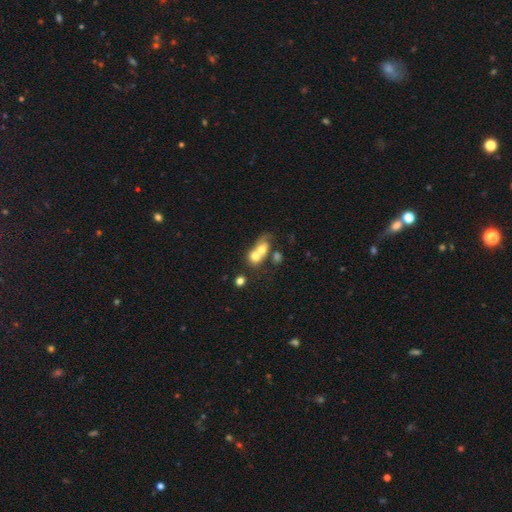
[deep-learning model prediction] Smooth or featured?
  - smooth: 61% *
  - featured or disk: 28%
  - star or artifact: 11%
How rounded?
  - round: 51% *
  - in between: 46%
  - cigar-shaped: 3%
Merging?
  - merger: 73% *
  - none: 14%
  - major disturbance: 7%
  - minor disturbance: 6%